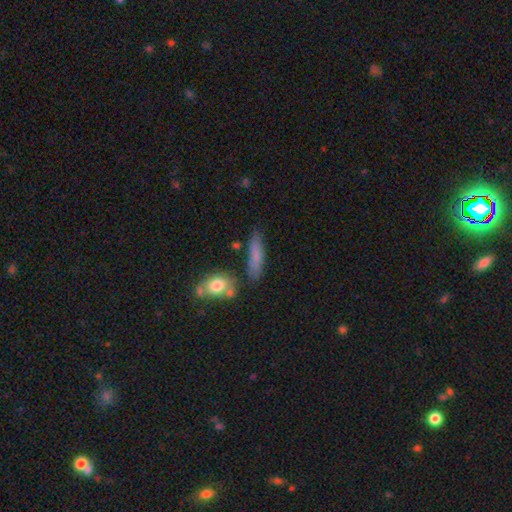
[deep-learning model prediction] Smooth or featured? smooth (73%)
How rounded? cigar-shaped (72%)
Merging? none (73%)